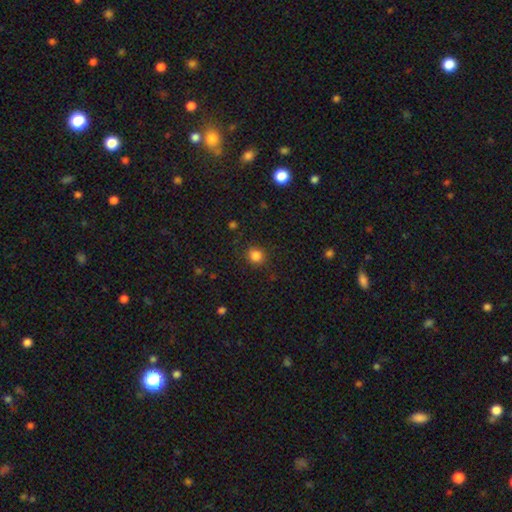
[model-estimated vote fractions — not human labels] smooth-or-featured: smooth: 84% | star or artifact: 12% | featured or disk: 4%
  how-rounded: round: 84% | in between: 15% | cigar-shaped: 1%
  merging: none: 88% | minor disturbance: 8% | major disturbance: 3% | merger: 1%